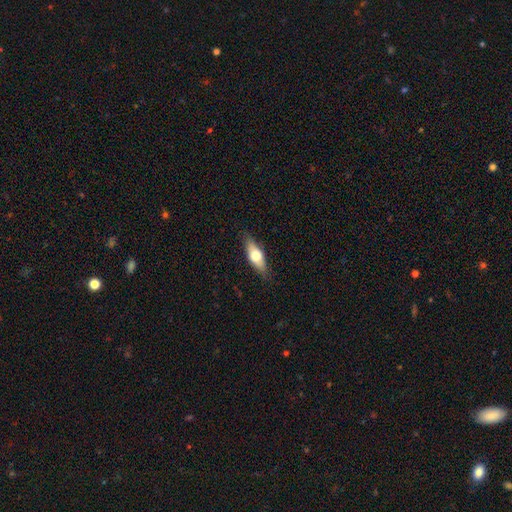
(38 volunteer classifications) smooth 61%, featured or disk 34%, star or artifact 5%. Down the decision tree: how rounded — in between (61%); merging — none (94%).